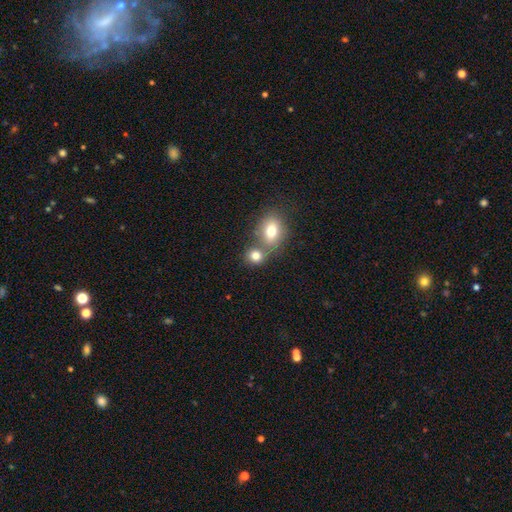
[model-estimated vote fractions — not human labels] Smooth or featured?
  - smooth: 79% *
  - star or artifact: 11%
  - featured or disk: 10%
How rounded?
  - round: 69% *
  - in between: 29%
  - cigar-shaped: 1%
Merging?
  - none: 45% *
  - merger: 43%
  - minor disturbance: 8%
  - major disturbance: 3%